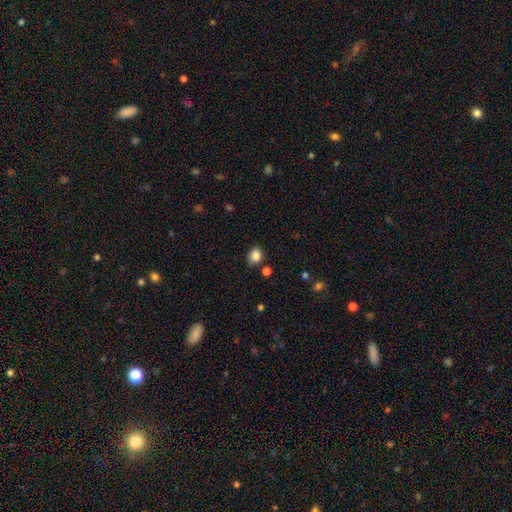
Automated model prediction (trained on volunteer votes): A smooth galaxy with no disk features (85%) that is in between round and cigar-shaped (58%). Merging: none (75%).